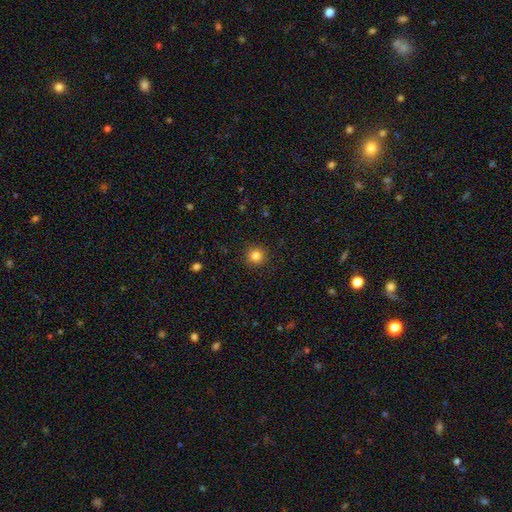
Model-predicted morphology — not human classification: smooth-or-featured: smooth: 83% | star or artifact: 12% | featured or disk: 5%
  how-rounded: round: 94% | in between: 5% | cigar-shaped: 1%
  merging: none: 91% | minor disturbance: 6% | major disturbance: 2% | merger: 1%